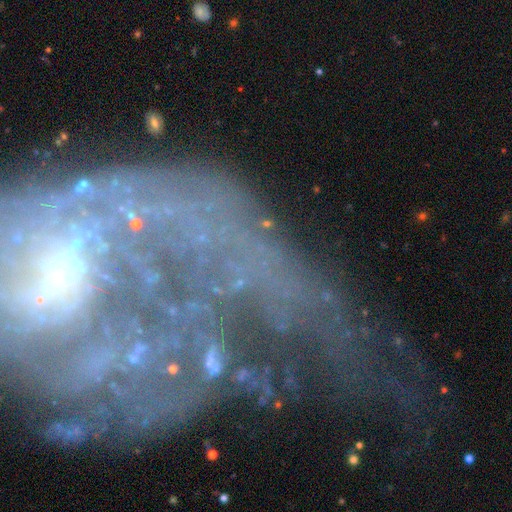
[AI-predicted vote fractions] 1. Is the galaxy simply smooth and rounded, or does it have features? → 63% featured or disk, 23% star or artifact, 14% smooth.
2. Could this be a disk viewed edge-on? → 88% no, 12% yes.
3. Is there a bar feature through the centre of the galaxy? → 53% no, 25% weak, 22% strong.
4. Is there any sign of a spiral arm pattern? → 67% yes, 33% no.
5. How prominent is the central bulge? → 40% small, 28% moderate, 21% none, 7% large, 4% dominant.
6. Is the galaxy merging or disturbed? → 49% none, 23% major disturbance, 19% minor disturbance, 9% merger.